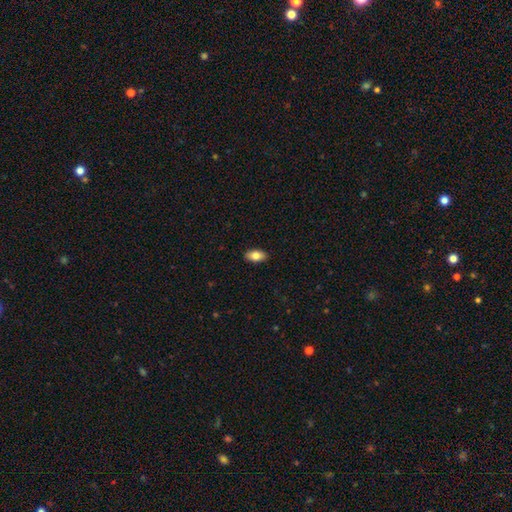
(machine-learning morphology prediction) smooth-or-featured: smooth: 81% | featured or disk: 12% | star or artifact: 7%
  how-rounded: in between: 93% | round: 4% | cigar-shaped: 3%
  merging: none: 90% | minor disturbance: 8% | major disturbance: 2% | merger: 1%